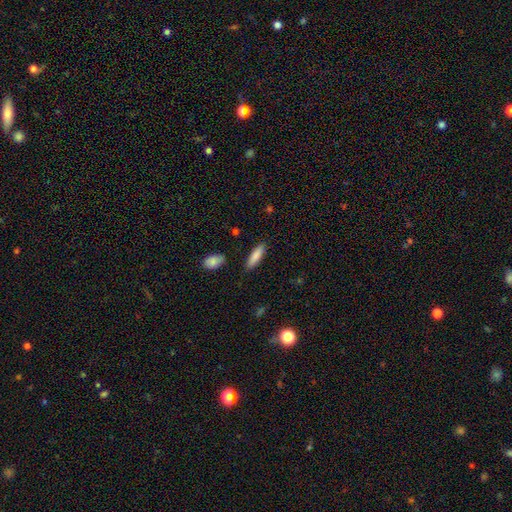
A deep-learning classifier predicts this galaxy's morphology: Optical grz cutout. It shows a smooth galaxy with no disk features (84%) that is cigar-shaped (62%). Merging: none (87%).